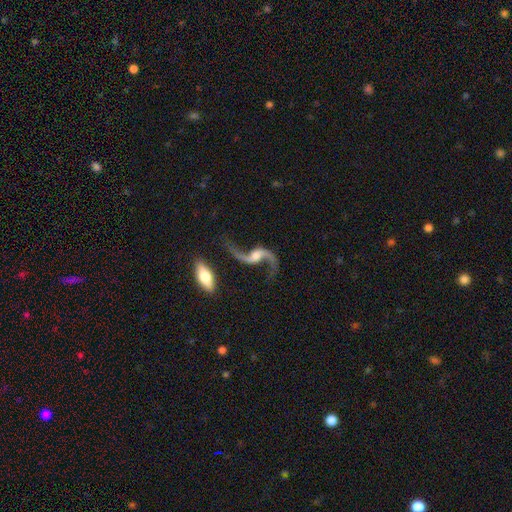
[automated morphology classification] Smooth or featured: featured or disk — 91% (star or artifact — 5%)
Edge-on disk: no — 96% (yes — 4%)
Bar: no — 48% (weak — 36%)
Spiral arms: yes — 97% (no — 3%)
Spiral winding: loose — 93% (medium — 6%)
Spiral arm count: 2 — 94% (1 — 2%)
Bulge size: moderate — 40% (small — 31%)
Merging: none — 70% (minor disturbance — 14%)